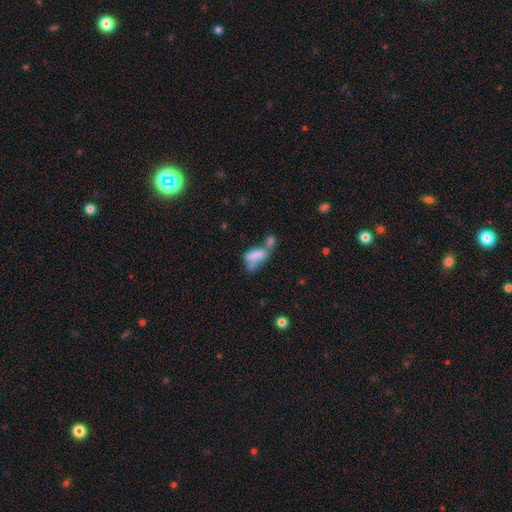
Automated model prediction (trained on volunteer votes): The model was most divided on "smooth or featured": smooth: 65%, featured or disk: 24%, star or artifact: 11%. More confident: how rounded — in between (82%); merging — merger (58%).